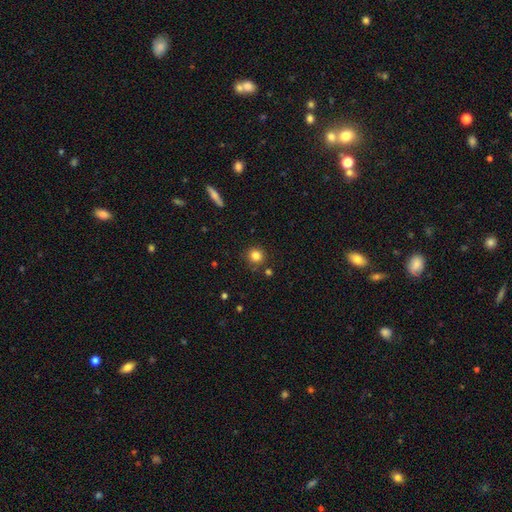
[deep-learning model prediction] Smooth or featured?
  - smooth: 83% *
  - star or artifact: 12%
  - featured or disk: 5%
How rounded?
  - round: 92% *
  - in between: 7%
  - cigar-shaped: 1%
Merging?
  - none: 85% *
  - minor disturbance: 9%
  - merger: 4%
  - major disturbance: 3%